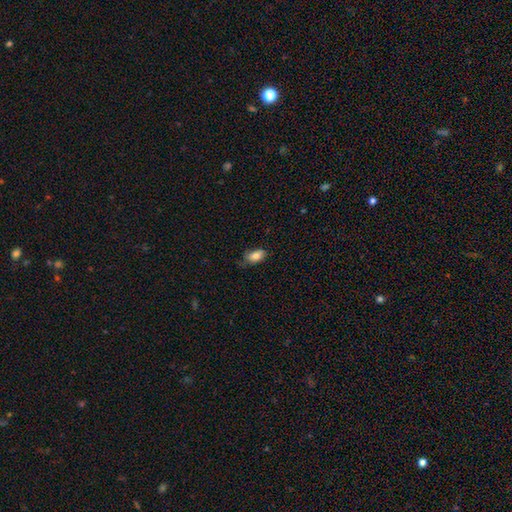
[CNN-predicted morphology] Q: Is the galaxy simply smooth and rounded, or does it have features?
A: smooth — 82%.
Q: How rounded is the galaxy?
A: in between — 91%.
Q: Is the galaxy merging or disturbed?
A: none — 58%.